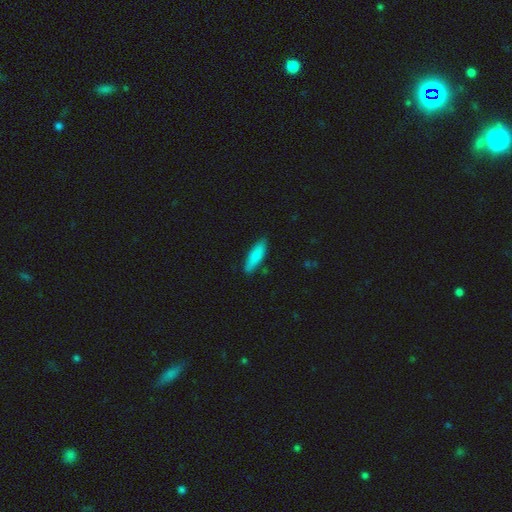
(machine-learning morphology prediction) Q: Smooth or featured?
A: smooth (84%); runner-up: featured or disk (11%)
Q: How rounded?
A: cigar-shaped (61%); runner-up: in between (37%)
Q: Merging?
A: none (84%); runner-up: minor disturbance (12%)